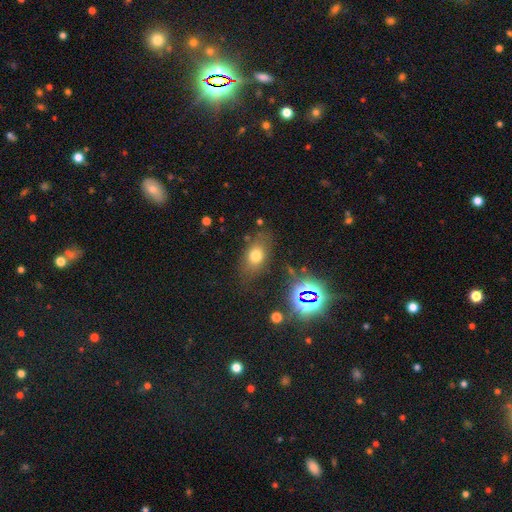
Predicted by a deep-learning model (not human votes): A smooth galaxy with no disk features (69%) that is in between round and cigar-shaped (76%).

Vote fractions:
- Smooth or featured? smooth: 69% / star or artifact: 17% / featured or disk: 14%
- How rounded? in between: 76% / round: 21% / cigar-shaped: 3%
- Merging? none: 74% / minor disturbance: 15% / major disturbance: 7% / merger: 4%